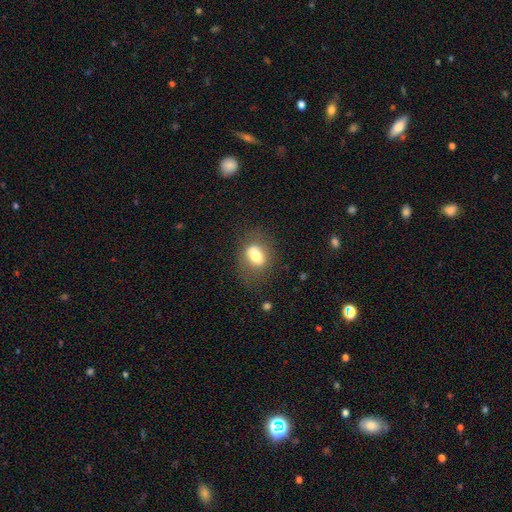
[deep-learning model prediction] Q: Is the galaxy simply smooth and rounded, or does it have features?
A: smooth — 65%.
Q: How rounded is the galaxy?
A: in between — 50%.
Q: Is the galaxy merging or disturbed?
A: none — 65%.